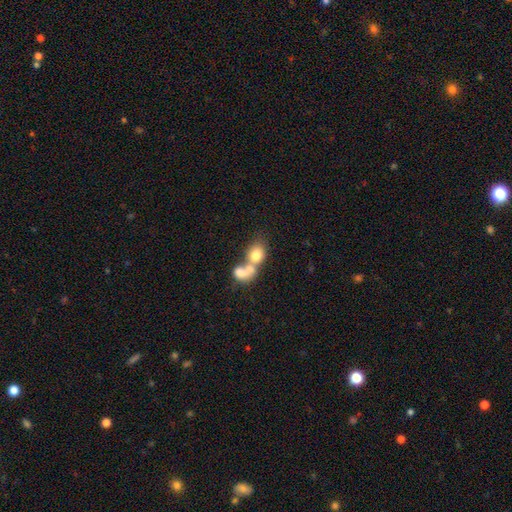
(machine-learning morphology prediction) This appears to be a smooth galaxy with no disk features (73%) that is in between round and cigar-shaped (57%). Merging: merger (71%).